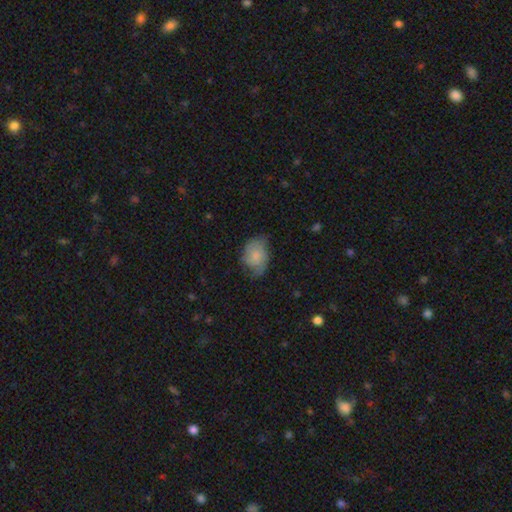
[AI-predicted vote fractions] Smooth or featured? smooth (67%)
How rounded? in between (77%)
Merging? none (50%)